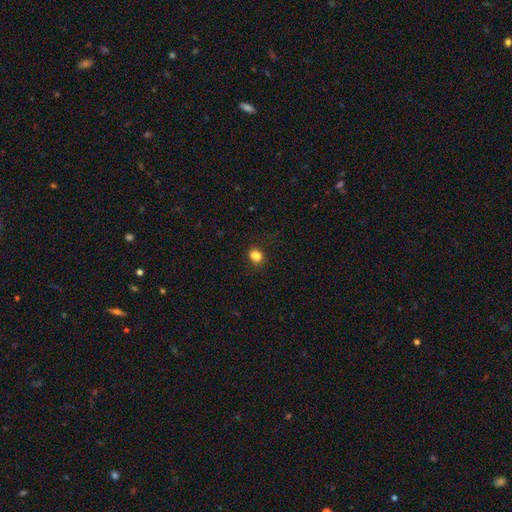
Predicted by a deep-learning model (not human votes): Morphology: type=smooth (84%); roundness=in between (61%); merging=none (82%).